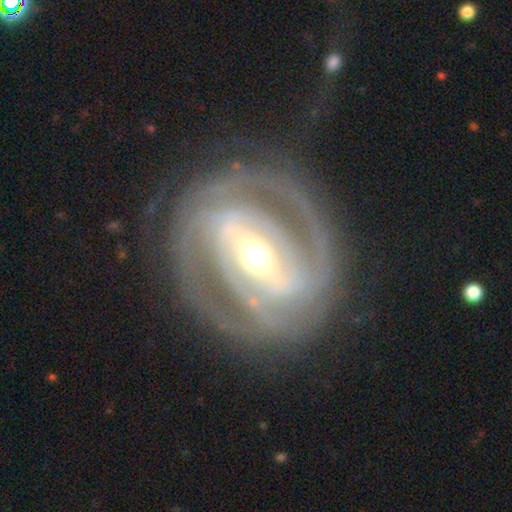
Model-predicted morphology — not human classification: This appears to be a featured or disk galaxy (91%) with a strong bar (65%), 2 (59%) tight (58%) spiral arms (95%) and a moderate central bulge (55%). Merging: none (78%).